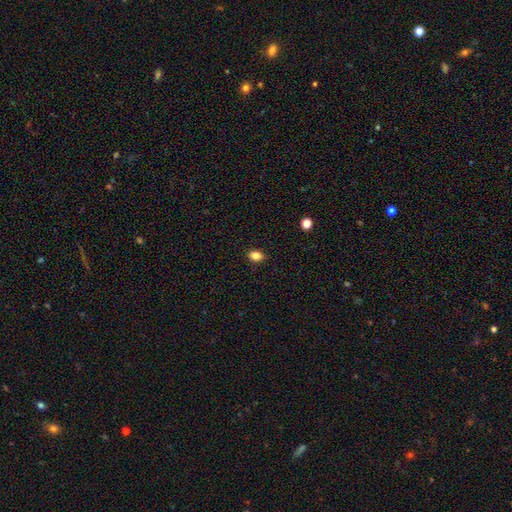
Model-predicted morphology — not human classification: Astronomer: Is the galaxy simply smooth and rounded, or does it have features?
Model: smooth — 85%.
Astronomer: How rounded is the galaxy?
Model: in between — 72%.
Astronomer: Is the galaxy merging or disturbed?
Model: none — 88%.